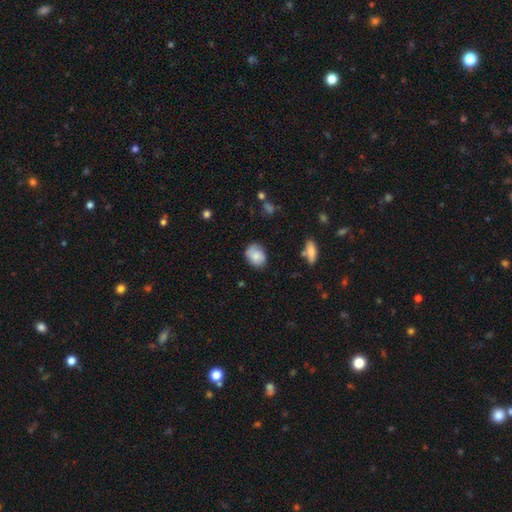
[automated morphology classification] Smooth or featured? Predicted: smooth (p=0.80). How rounded? Predicted: in between (p=0.54). Merging? Predicted: none (p=0.73).